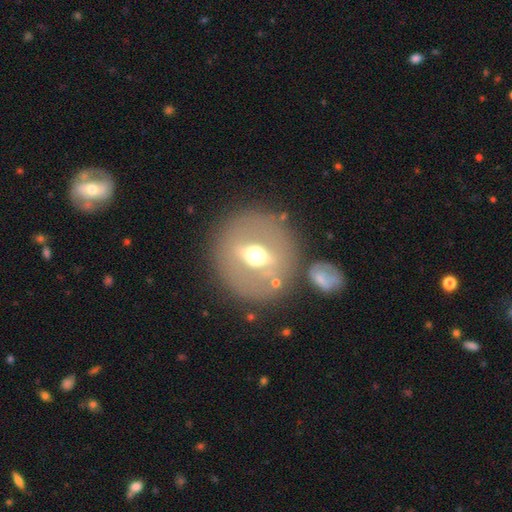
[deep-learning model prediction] Smooth or featured: featured or disk — 57% (smooth — 33%)
Edge-on disk: no — 75% (yes — 25%)
Merging: none — 77% (minor disturbance — 10%)